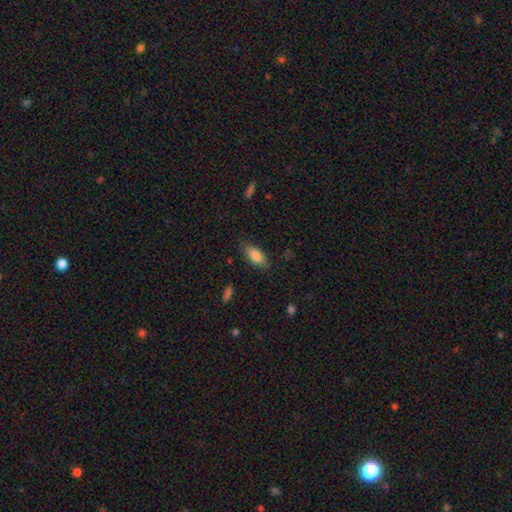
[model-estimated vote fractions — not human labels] Overall: smooth (83%). How rounded: in between (86%). Merging: none (79%).